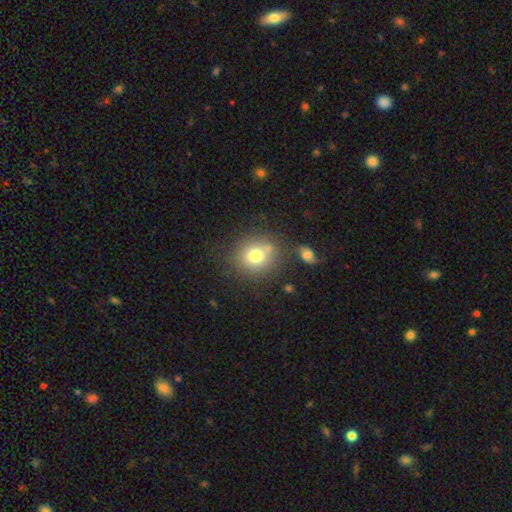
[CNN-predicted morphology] Smooth or featured? smooth (74%)
How rounded? round (85%)
Merging? none (71%)